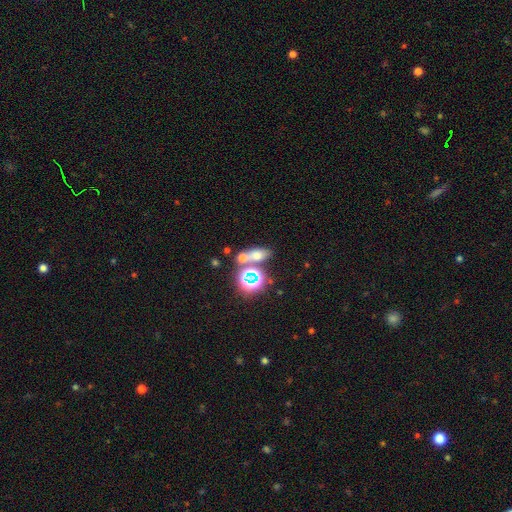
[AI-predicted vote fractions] The model was most divided on "merging": none: 53%, merger: 31%, minor disturbance: 11%, major disturbance: 6%. More confident: how rounded — in between (62%); smooth or featured — smooth (53%).